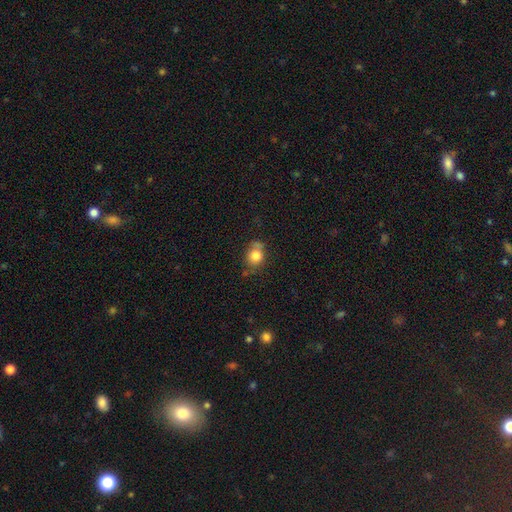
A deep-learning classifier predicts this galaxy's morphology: Smooth or featured? smooth (80%)
How rounded? round (68%)
Merging? none (59%)